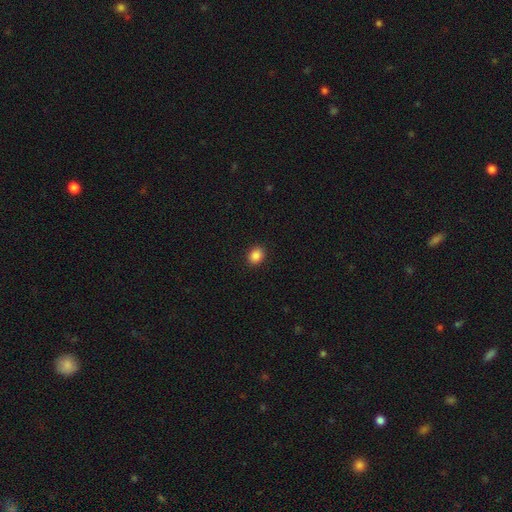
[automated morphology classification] Smooth or featured? smooth (87%)
How rounded? round (56%)
Merging? none (91%)